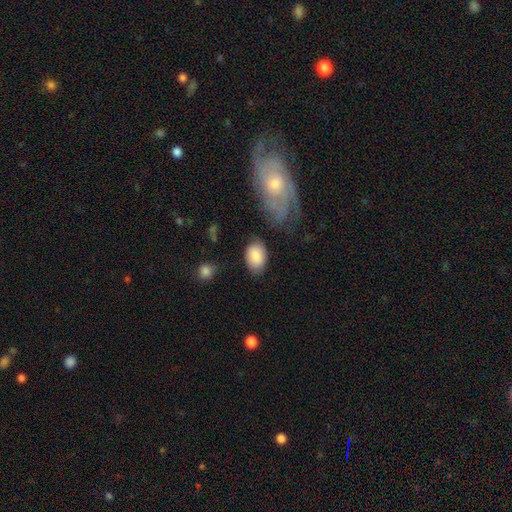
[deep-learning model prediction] Morphology: type=smooth (84%); roundness=in between (83%); merging=none (76%).